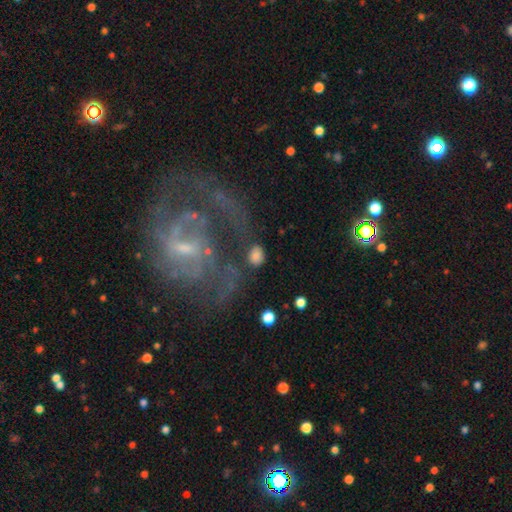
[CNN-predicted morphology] Smooth or featured?
  - smooth: 75% *
  - featured or disk: 16%
  - star or artifact: 10%
How rounded?
  - in between: 55% *
  - round: 43%
  - cigar-shaped: 2%
Merging?
  - none: 72% *
  - minor disturbance: 13%
  - major disturbance: 8%
  - merger: 6%